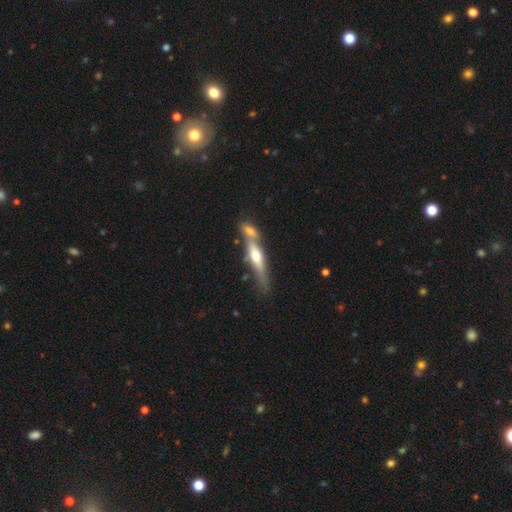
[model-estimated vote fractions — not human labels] smooth_or_featured: featured or disk (p=0.61) [alt: smooth p=0.33]
disk_edge_on: yes (p=0.90) [alt: no p=0.10]
edge_on_bulge: rounded (p=0.87) [alt: boxy p=0.08]
merging: none (p=0.45) [alt: merger p=0.36]